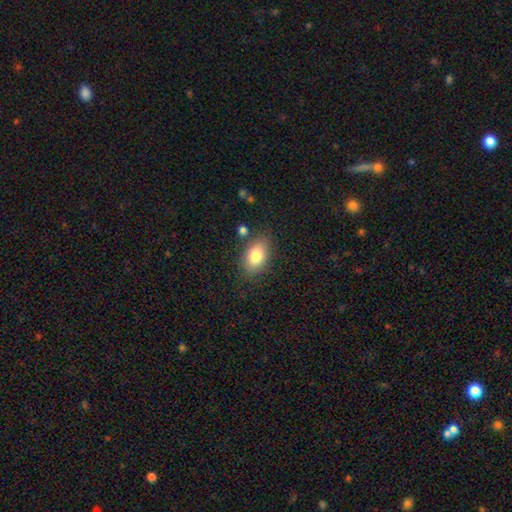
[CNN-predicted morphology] This is clearly a smooth galaxy (82%). How rounded: clearly in between (89%). Merging: likely none (79%).